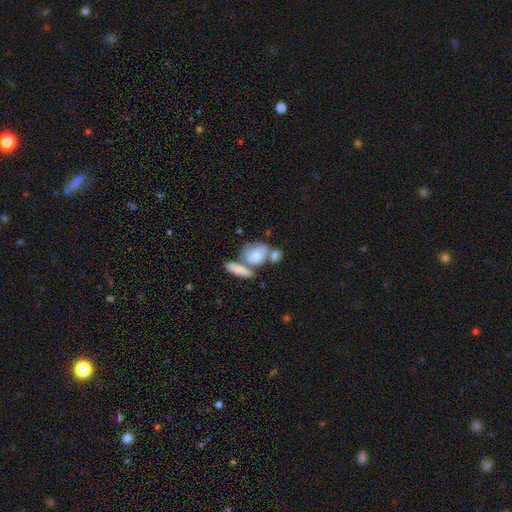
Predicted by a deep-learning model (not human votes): Overall: smooth (52%; featured or disk 38%). How rounded: in between (56%; round 37%). Merging: merger (50%; none 32%).